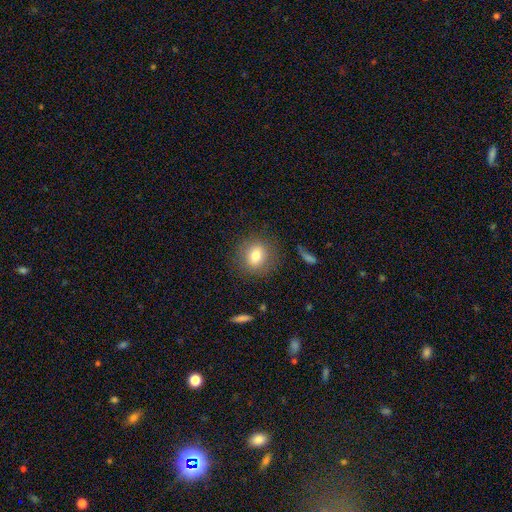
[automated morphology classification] Smooth or featured? Predicted: smooth (p=0.76). How rounded? Predicted: round (p=0.73). Merging? Predicted: none (p=0.84).